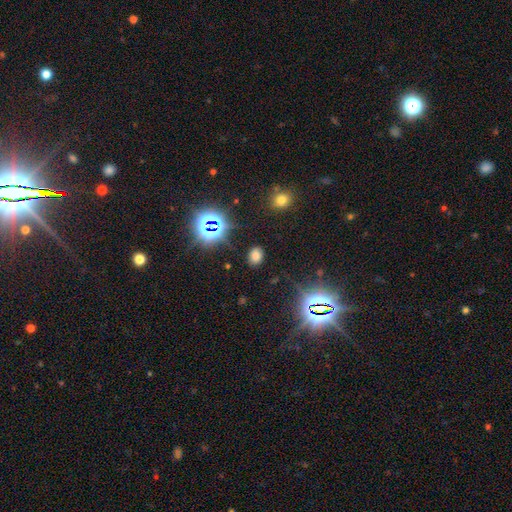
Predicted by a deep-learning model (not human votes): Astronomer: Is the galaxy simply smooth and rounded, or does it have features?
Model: smooth — 64%.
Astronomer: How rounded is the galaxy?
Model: in between — 65%.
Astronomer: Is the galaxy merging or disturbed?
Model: none — 85%.